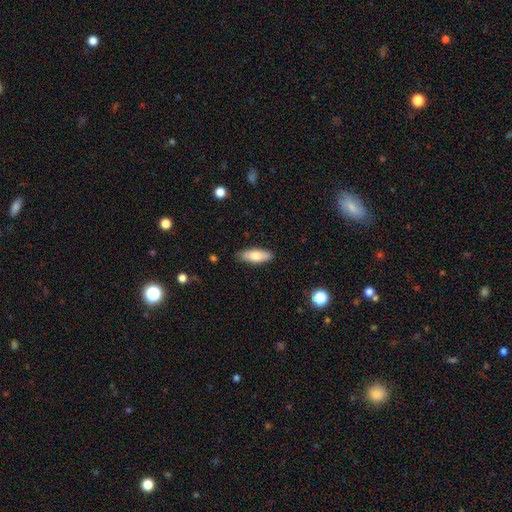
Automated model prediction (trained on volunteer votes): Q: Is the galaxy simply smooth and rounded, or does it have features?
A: smooth — 73%.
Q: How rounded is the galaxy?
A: in between — 65%.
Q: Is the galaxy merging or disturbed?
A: none — 86%.